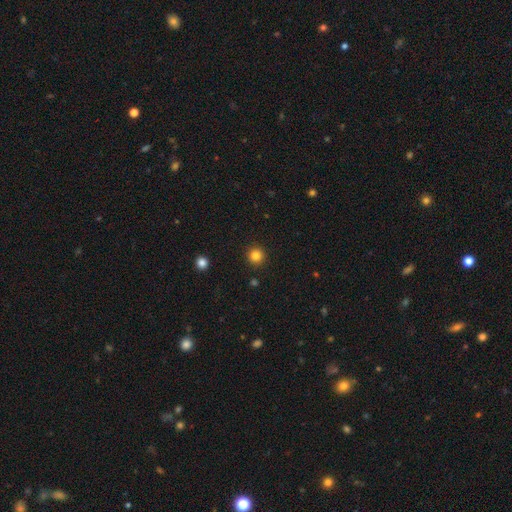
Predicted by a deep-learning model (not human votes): Overall: smooth (82%). How rounded: round (95%). Merging: none (92%).